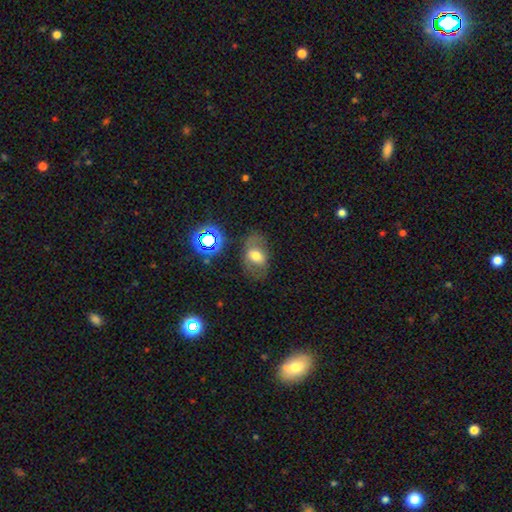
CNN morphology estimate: Smooth or featured: smooth — 51% (featured or disk — 34%)
How rounded: in between — 77% (round — 22%)
Merging: none — 66% (minor disturbance — 19%)